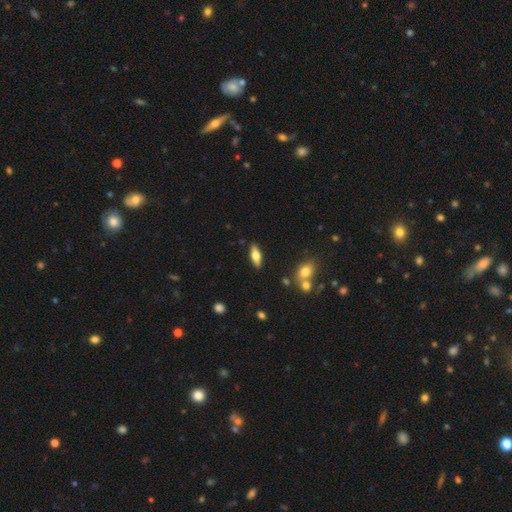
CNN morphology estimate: Overall: smooth (58%; featured or disk 35%). How rounded: in between (66%; cigar-shaped 31%). Merging: none (87%).